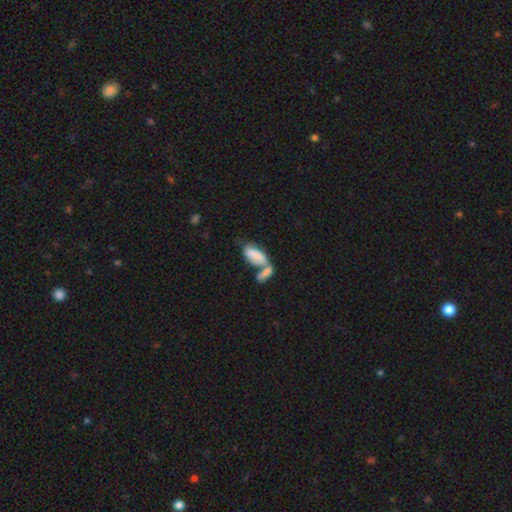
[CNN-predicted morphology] smooth 74%, featured or disk 19%, star or artifact 7%. Down the decision tree: how rounded — in between (83%); merging — merger (63%).